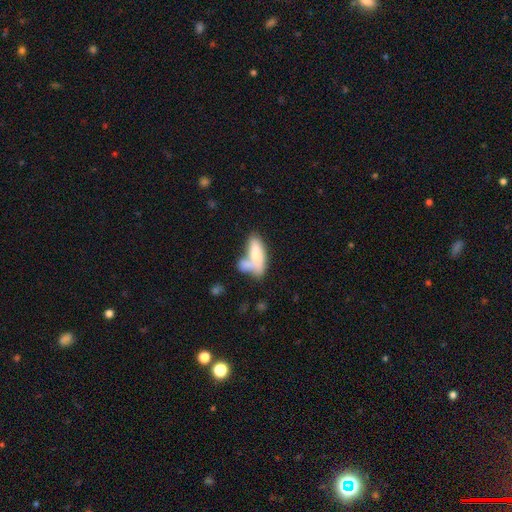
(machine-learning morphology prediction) This appears to be a smooth galaxy with no disk features (72%) that is in between round and cigar-shaped (68%). Merging: merger (53%).